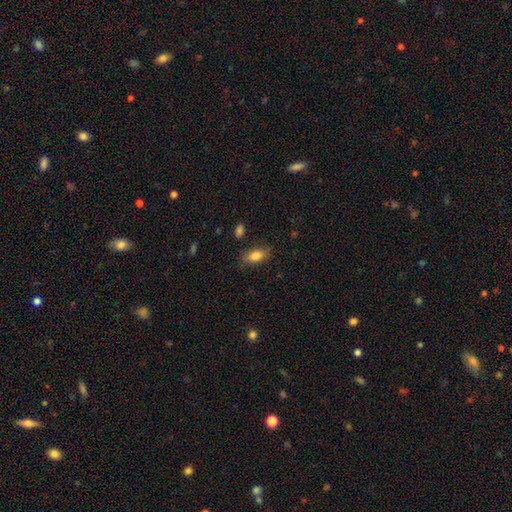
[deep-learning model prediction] This appears to be a smooth galaxy with no disk features (82%) that is in between round and cigar-shaped (86%). Merging: none (78%).